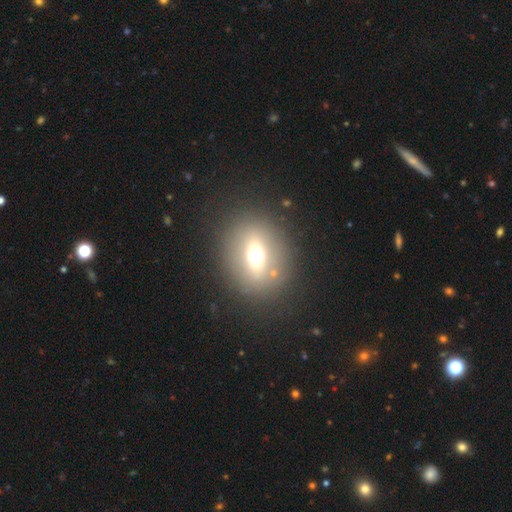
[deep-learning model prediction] smooth_or_featured: smooth (p=0.54) [alt: featured or disk p=0.26]
how_rounded: round (p=0.58) [alt: in between p=0.40]
merging: none (p=0.82) [alt: minor disturbance p=0.09]